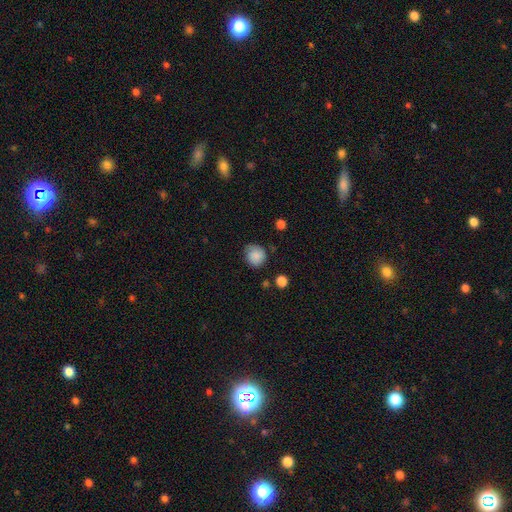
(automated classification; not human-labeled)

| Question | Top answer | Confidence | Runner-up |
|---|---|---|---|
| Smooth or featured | smooth | 81% | featured or disk (11%) |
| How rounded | round | 81% | in between (18%) |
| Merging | none | 70% | minor disturbance (23%) |